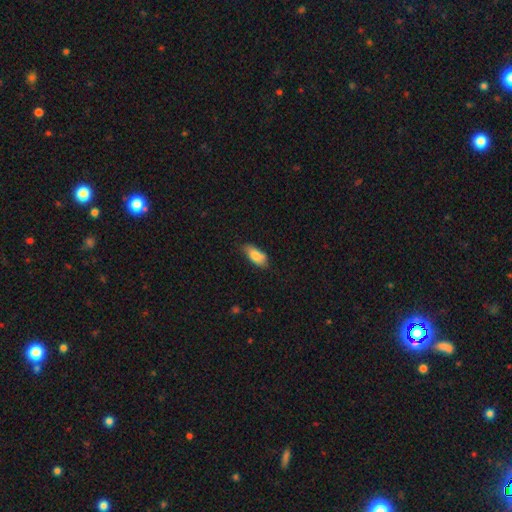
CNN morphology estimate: Q: Smooth or featured?
A: smooth (83%); runner-up: featured or disk (10%)
Q: How rounded?
A: in between (86%); runner-up: cigar-shaped (12%)
Q: Merging?
A: none (69%); runner-up: minor disturbance (25%)